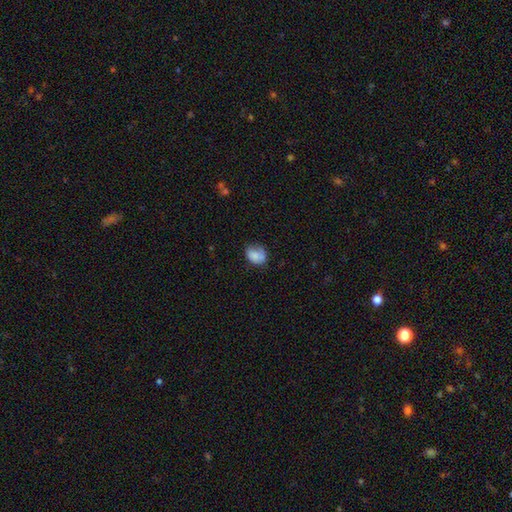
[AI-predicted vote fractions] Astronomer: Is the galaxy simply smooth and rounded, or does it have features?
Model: smooth — 78%.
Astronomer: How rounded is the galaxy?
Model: in between — 63%.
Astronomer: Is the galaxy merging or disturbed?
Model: none — 47% (runner-up: minor disturbance, 34%).